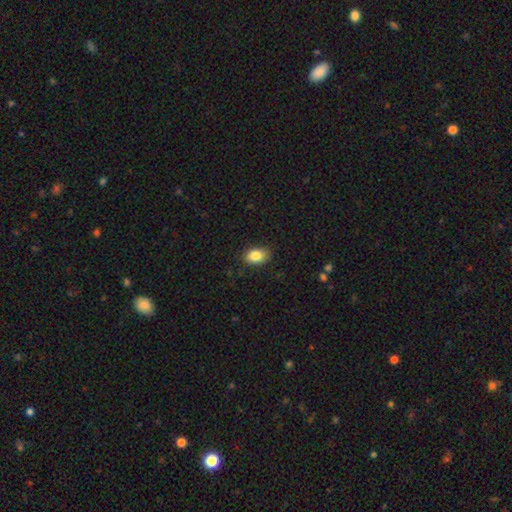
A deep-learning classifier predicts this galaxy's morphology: Overall: smooth (86%). How rounded: in between (84%). Merging: none (87%).